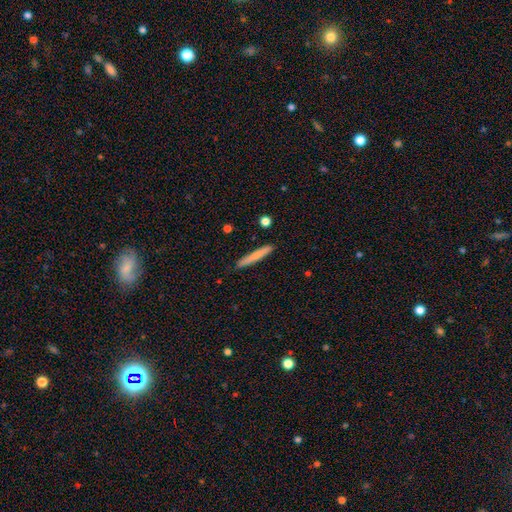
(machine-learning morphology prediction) smooth-or-featured: smooth: 74% | featured or disk: 20% | star or artifact: 6%
  how-rounded: cigar-shaped: 96% | in between: 3% | round: 1%
  merging: none: 90% | minor disturbance: 7% | merger: 2% | major disturbance: 1%